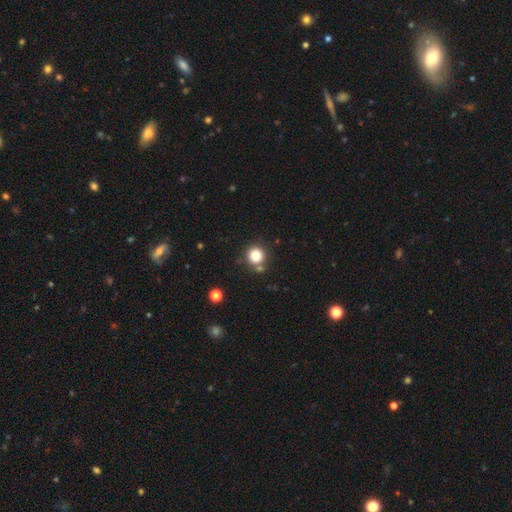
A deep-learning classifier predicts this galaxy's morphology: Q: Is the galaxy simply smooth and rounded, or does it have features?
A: smooth — 83%.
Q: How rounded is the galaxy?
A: round — 93%.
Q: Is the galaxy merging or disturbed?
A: none — 79%.